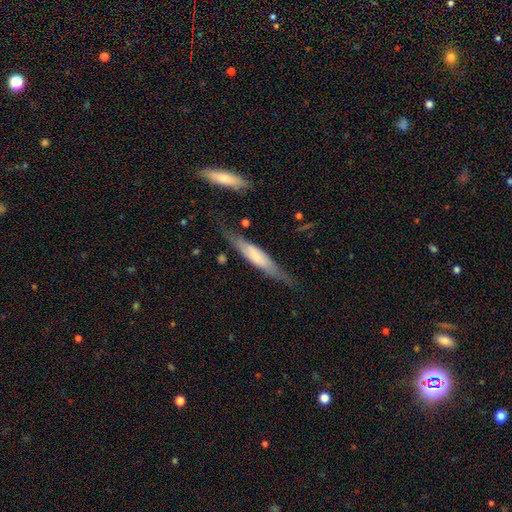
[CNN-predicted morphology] smooth 50%, featured or disk 44%, star or artifact 6%. Down the decision tree: merging — none (71%).